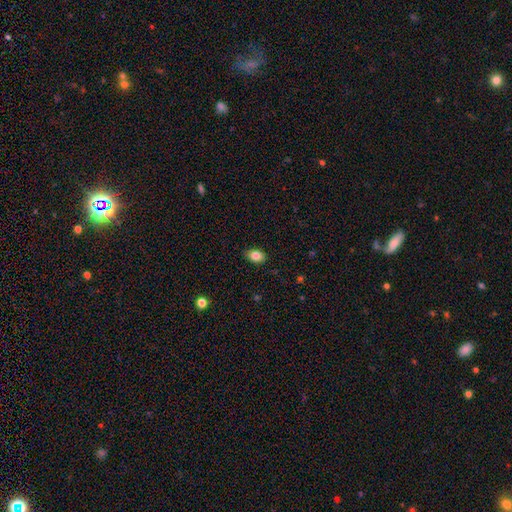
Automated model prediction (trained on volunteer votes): A smooth galaxy with no disk features (84%) that is in between round and cigar-shaped (82%). Merging: none (86%).